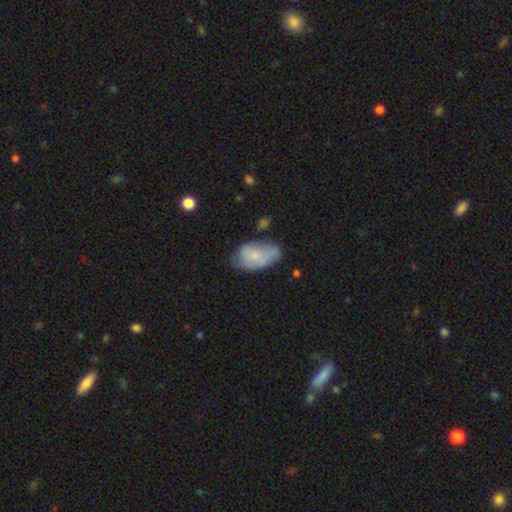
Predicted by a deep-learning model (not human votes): This appears to be a smooth galaxy with no disk features (61%) that is in between round and cigar-shaped (92%). Merging: none (47%).